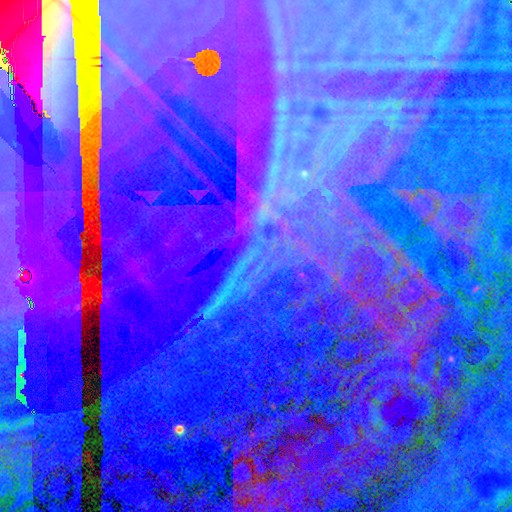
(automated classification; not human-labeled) star or artifact 89%, featured or disk 6%, smooth 5%.